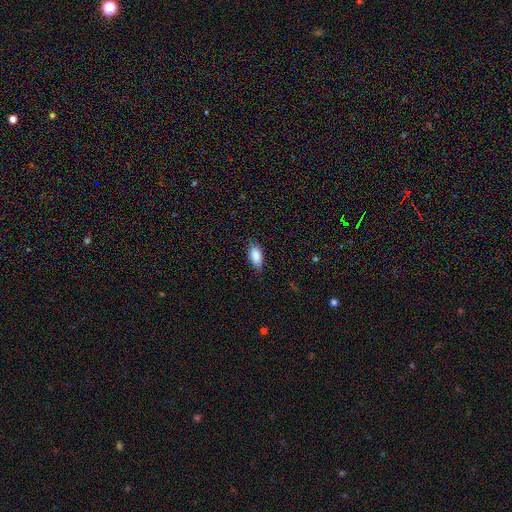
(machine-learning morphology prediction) smooth-or-featured: smooth: 86% | featured or disk: 7% | star or artifact: 7%
  how-rounded: in between: 90% | cigar-shaped: 7% | round: 3%
  merging: none: 77% | minor disturbance: 19% | major disturbance: 3% | merger: 1%